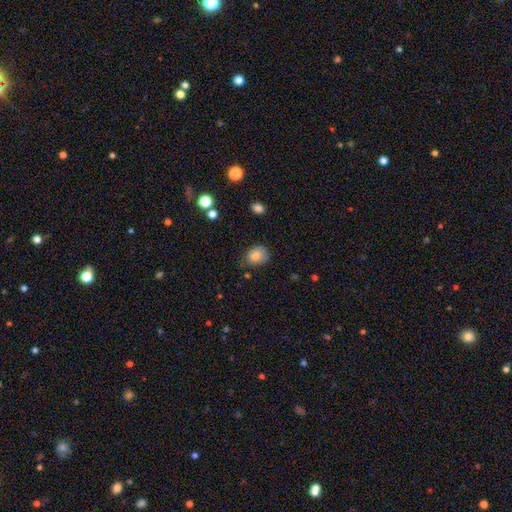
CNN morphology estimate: smooth_or_featured: smooth (p=0.79) [alt: featured or disk p=0.11]
how_rounded: in between (p=0.50) [alt: round p=0.49]
merging: none (p=0.60) [alt: minor disturbance p=0.30]